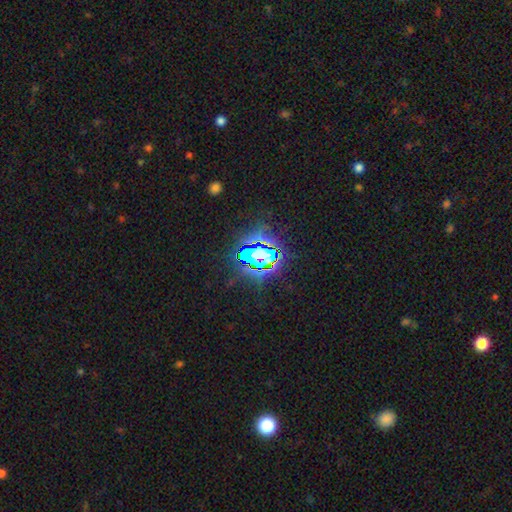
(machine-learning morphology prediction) Q: Smooth or featured?
A: star or artifact (76%); runner-up: smooth (13%)